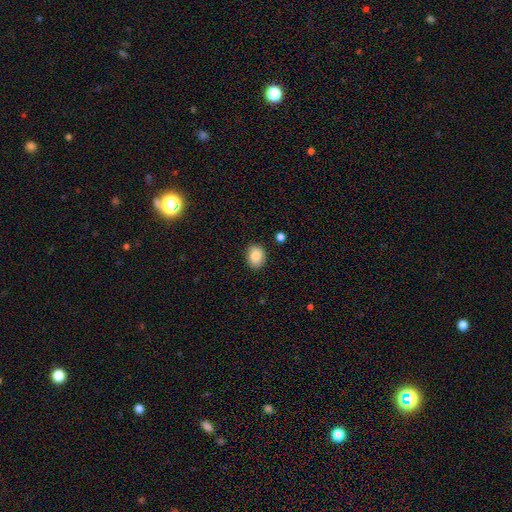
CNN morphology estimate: Smooth or featured: smooth — 86% (star or artifact — 8%)
How rounded: round — 50% (in between — 49%)
Merging: none — 87% (minor disturbance — 9%)